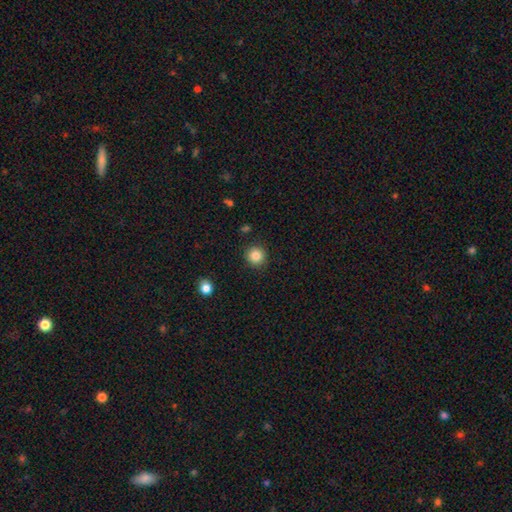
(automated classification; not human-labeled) Morphology: type=smooth (85%); roundness=round (94%); merging=none (91%).